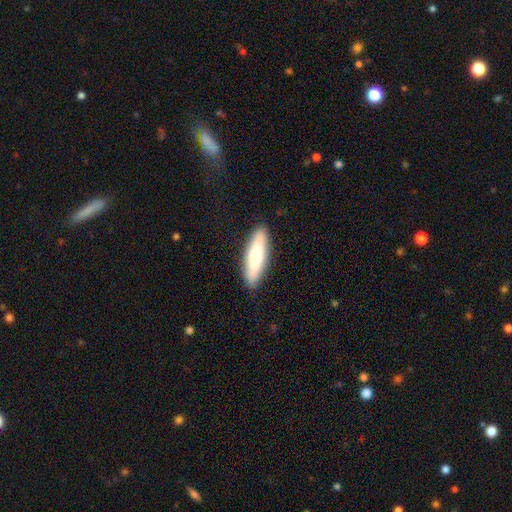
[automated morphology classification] Smooth or featured? Predicted: smooth (p=0.79). How rounded? Predicted: cigar-shaped (p=0.64). Merging? Predicted: none (p=0.89).